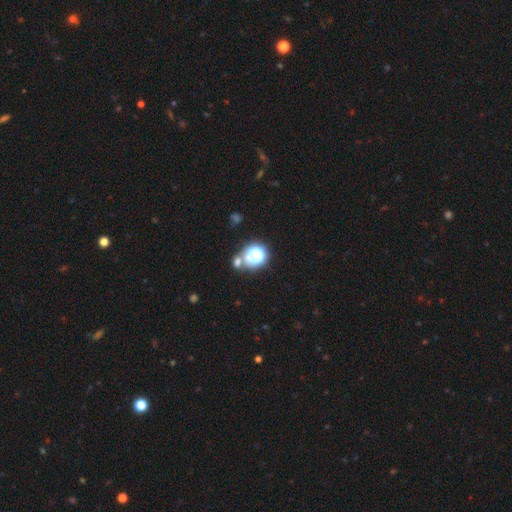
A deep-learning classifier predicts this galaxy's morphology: This is possibly a star or artifact rather than a galaxy (49%).